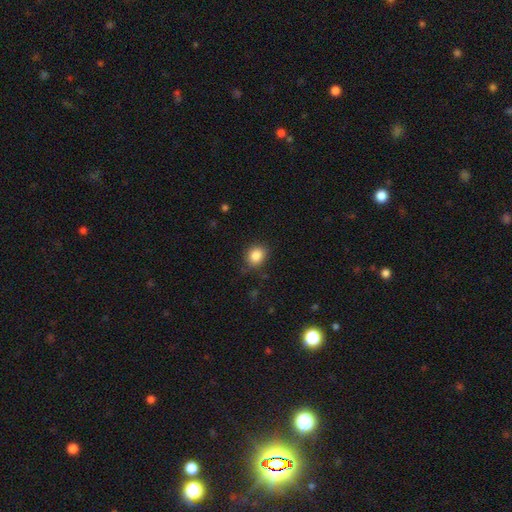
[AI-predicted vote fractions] Overall: smooth (86%). How rounded: round (71%). Merging: none (81%).